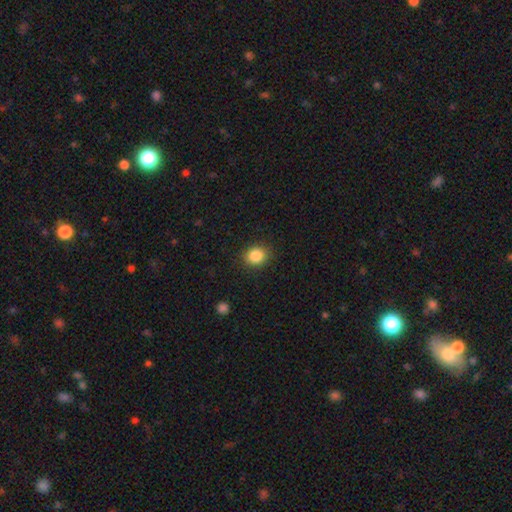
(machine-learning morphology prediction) A smooth galaxy with no disk features (86%) that is round (74%).

Vote fractions:
- Smooth or featured? smooth: 86% / star or artifact: 10% / featured or disk: 4%
- How rounded? round: 74% / in between: 25% / cigar-shaped: 1%
- Merging? none: 88% / minor disturbance: 8% / major disturbance: 3% / merger: 1%